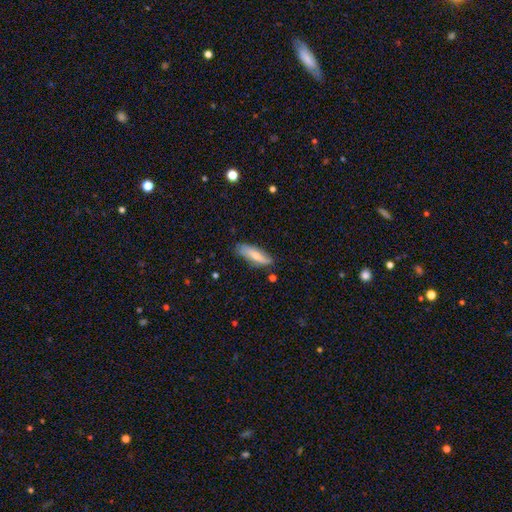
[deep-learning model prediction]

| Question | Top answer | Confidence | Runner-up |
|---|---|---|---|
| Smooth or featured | smooth | 65% | featured or disk (29%) |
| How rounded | cigar-shaped | 49% | tied: in between (49%) |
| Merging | none | 69% | minor disturbance (23%) |